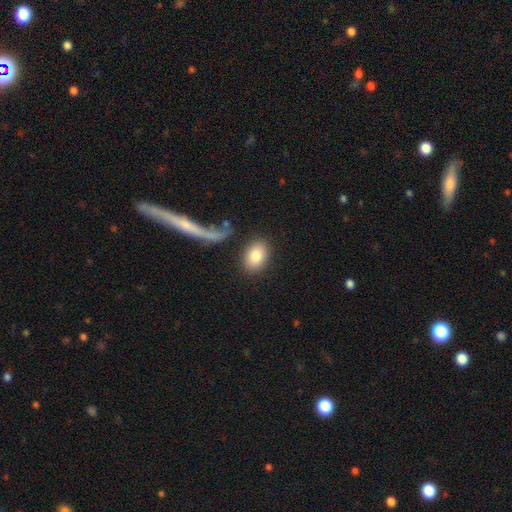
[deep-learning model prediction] smooth 84%, featured or disk 9%, star or artifact 7%. Down the decision tree: how rounded — in between (79%); merging — none (82%).